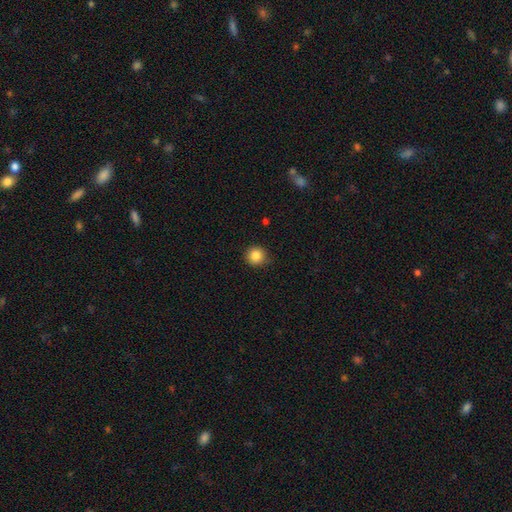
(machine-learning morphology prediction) This is clearly a smooth galaxy (85%). How rounded: clearly round (92%). Merging: clearly none (87%).